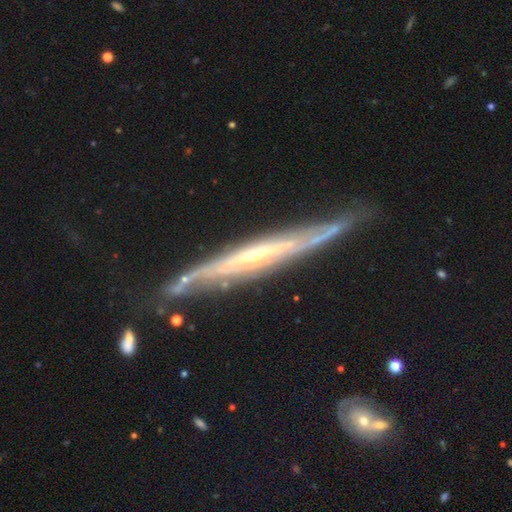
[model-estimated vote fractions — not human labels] A featured or disk galaxy (84%) viewed edge-on (83%) with a rounded central bulge (49%). Merging: none (71%).